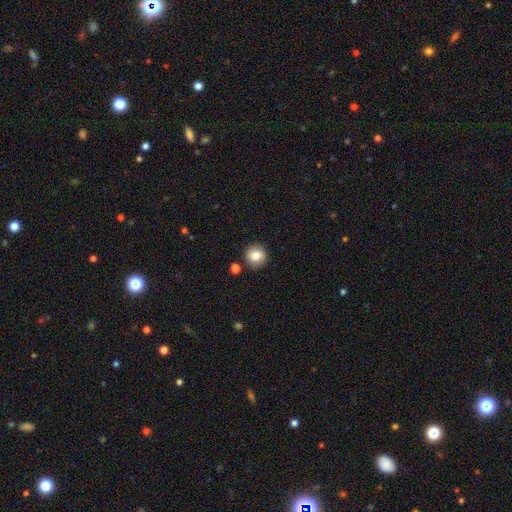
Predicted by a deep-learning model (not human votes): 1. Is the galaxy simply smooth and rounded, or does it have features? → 81% smooth, 10% featured or disk, 10% star or artifact.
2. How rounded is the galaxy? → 91% round, 8% in between, 1% cigar-shaped.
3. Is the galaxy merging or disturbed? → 85% none, 9% minor disturbance, 4% merger, 2% major disturbance.